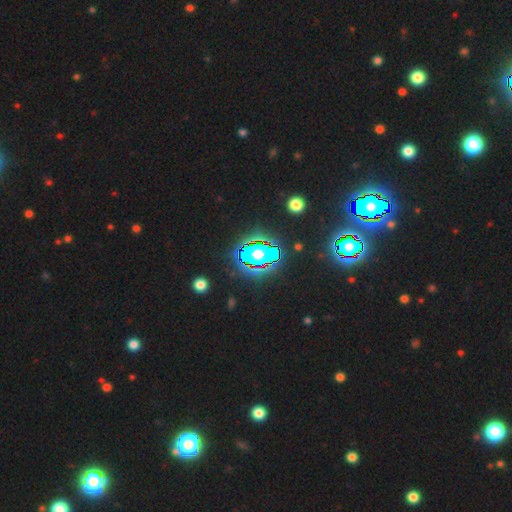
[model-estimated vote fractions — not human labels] Smooth or featured?
  - star or artifact: 85% *
  - smooth: 9%
  - featured or disk: 6%